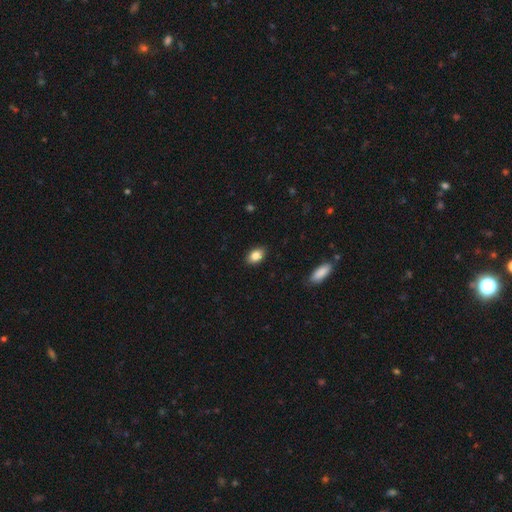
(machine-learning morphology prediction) The model was most divided on "how rounded": in between: 85%, round: 14%, cigar-shaped: 2%. More confident: merging — none (88%); smooth or featured — smooth (85%).